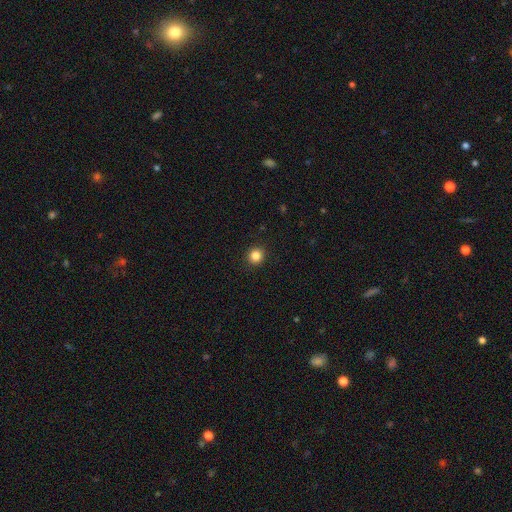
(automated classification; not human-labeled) smooth 85%, star or artifact 11%, featured or disk 4%. Down the decision tree: how rounded — round (90%); merging — none (92%).